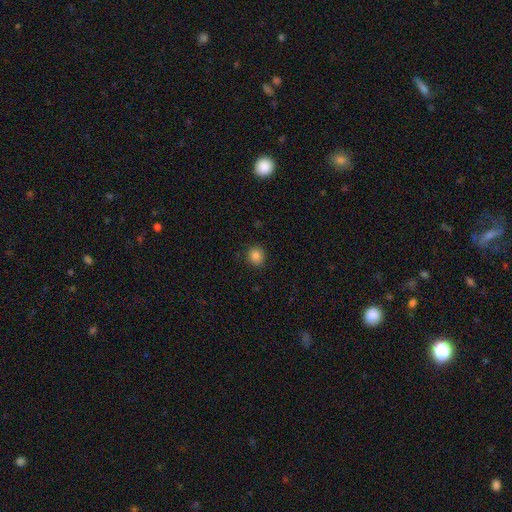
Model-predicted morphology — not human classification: A smooth galaxy with no disk features (85%) that is round (86%). Merging: none (88%).